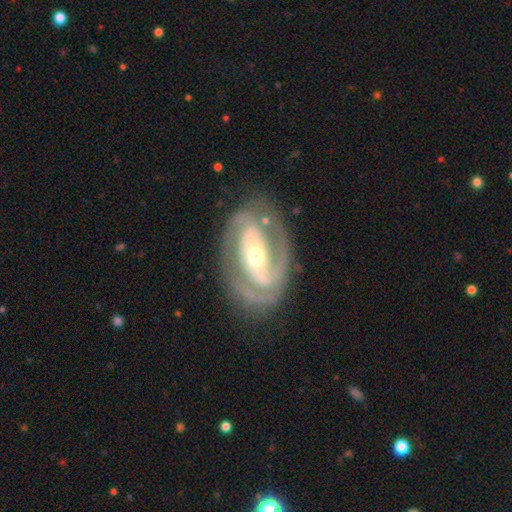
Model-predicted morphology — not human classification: This appears to be a featured or disk galaxy (87%) with no bar (40%), 2 (71%) tight (55%) spiral arms (91%) and a moderate central bulge (50%). Merging: none (76%).